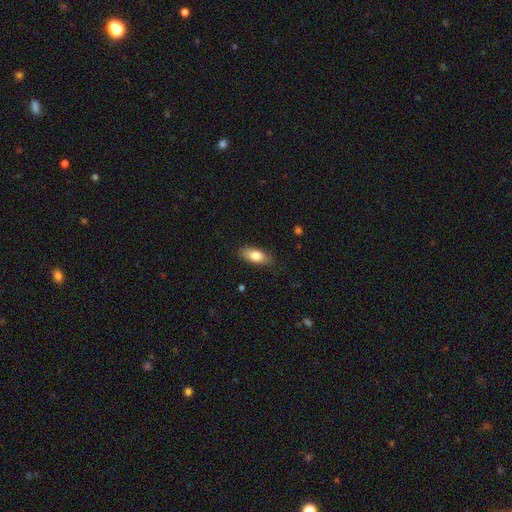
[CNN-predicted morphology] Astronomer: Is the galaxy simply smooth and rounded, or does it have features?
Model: smooth — 77%.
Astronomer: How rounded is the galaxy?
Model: in between — 80%.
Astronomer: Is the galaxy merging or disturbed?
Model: none — 85%.